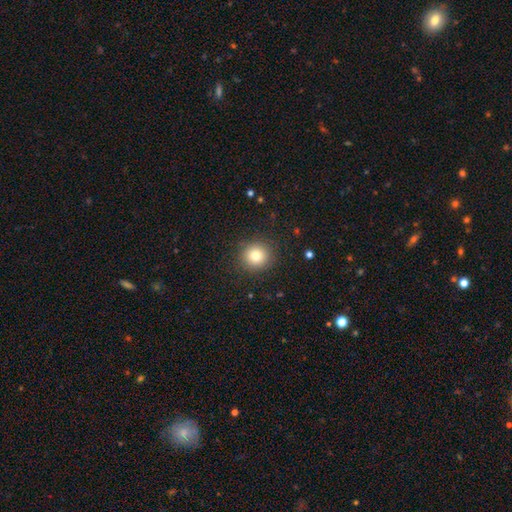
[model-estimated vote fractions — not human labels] This is clearly a smooth galaxy (81%). How rounded: clearly round (92%). Merging: clearly none (89%).